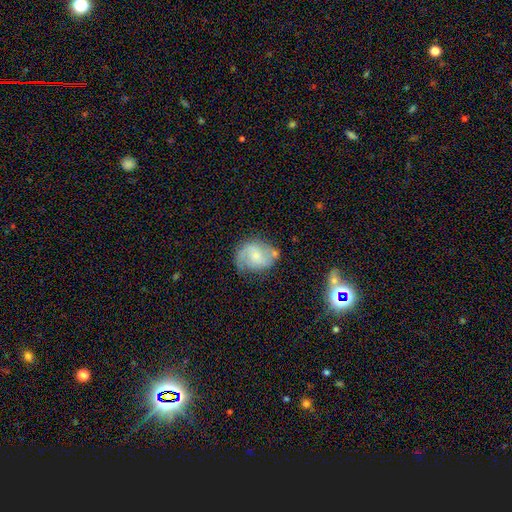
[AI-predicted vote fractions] Q: Smooth or featured?
A: featured or disk (69%); runner-up: smooth (24%)
Q: Edge-on disk?
A: no (98%); runner-up: yes (2%)
Q: Bar?
A: no (52%); runner-up: weak (40%)
Q: Spiral arms?
A: yes (90%); runner-up: no (10%)
Q: Spiral winding?
A: medium (48%); runner-up: loose (30%)
Q: Spiral arm count?
A: 2 (83%); runner-up: can't tell (9%)
Q: Bulge size?
A: small (57%); runner-up: moderate (32%)
Q: Merging?
A: none (63%); runner-up: minor disturbance (22%)